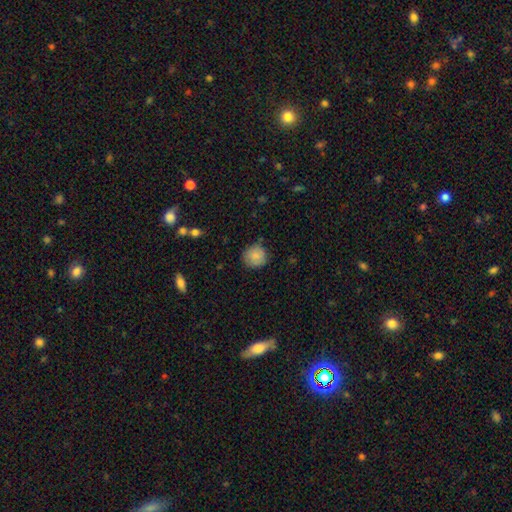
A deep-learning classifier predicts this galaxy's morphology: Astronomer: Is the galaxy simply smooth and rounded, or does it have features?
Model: smooth — 84%.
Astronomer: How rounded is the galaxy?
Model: round — 90%.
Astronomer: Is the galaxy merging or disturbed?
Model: none — 78%.